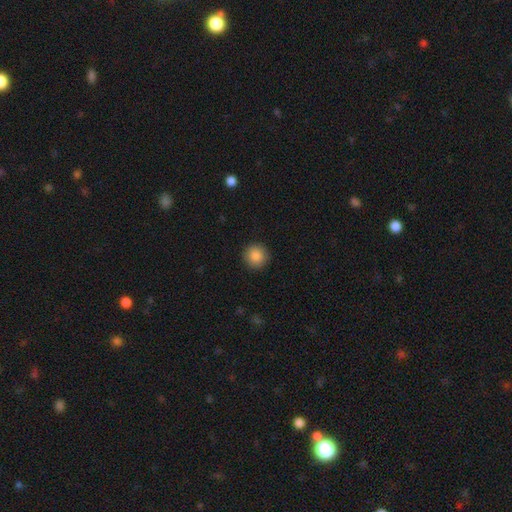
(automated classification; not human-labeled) Overall: smooth (87%). How rounded: round (94%). Merging: none (92%).